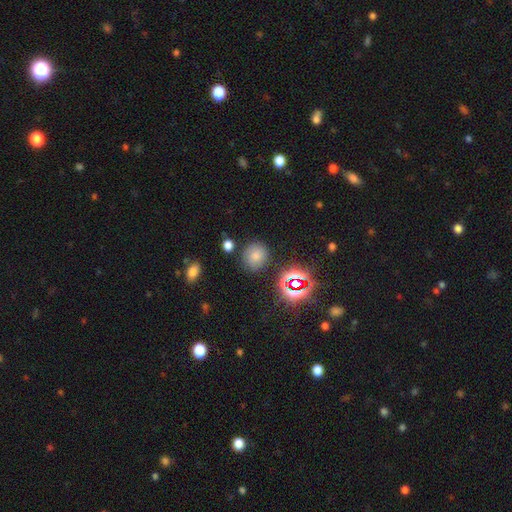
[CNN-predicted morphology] Smooth or featured? smooth (71%)
How rounded? round (84%)
Merging? none (82%)